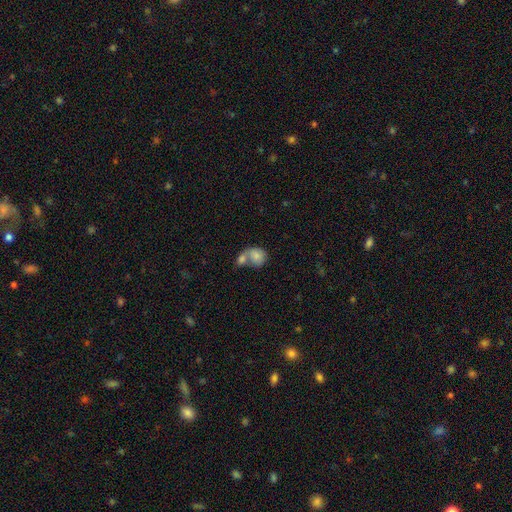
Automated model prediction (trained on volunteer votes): A smooth galaxy with no disk features (77%) that is round (59%). Merging: merger (66%).